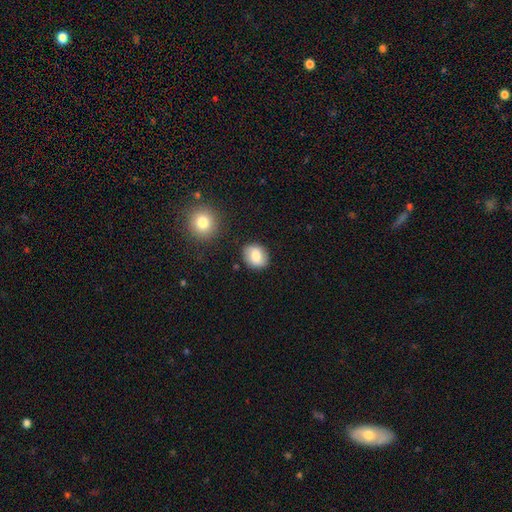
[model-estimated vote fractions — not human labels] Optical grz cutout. It shows a smooth galaxy with no disk features (74%) that is round (56%). Merging: none (83%).